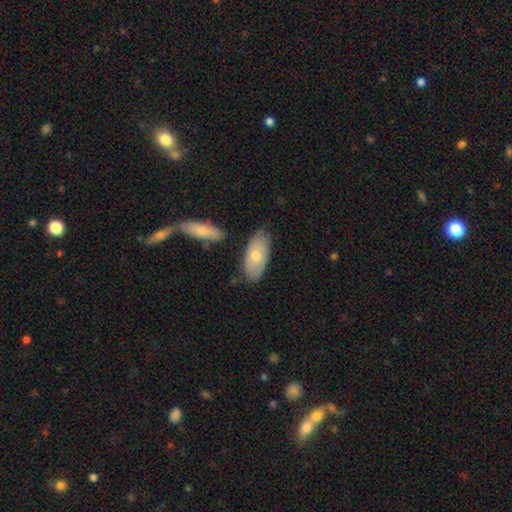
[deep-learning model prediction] A smooth galaxy with no disk features (65%) that is in between round and cigar-shaped (89%). Merging: none (72%).